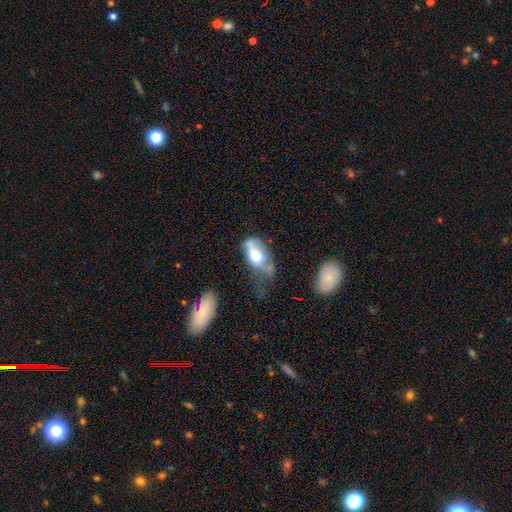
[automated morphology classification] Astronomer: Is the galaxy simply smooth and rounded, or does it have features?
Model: smooth — 52% (runner-up: featured or disk, 40%).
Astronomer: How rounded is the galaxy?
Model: in between — 87%.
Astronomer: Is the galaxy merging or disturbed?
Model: major disturbance — 34% (runner-up: minor disturbance, 31%).